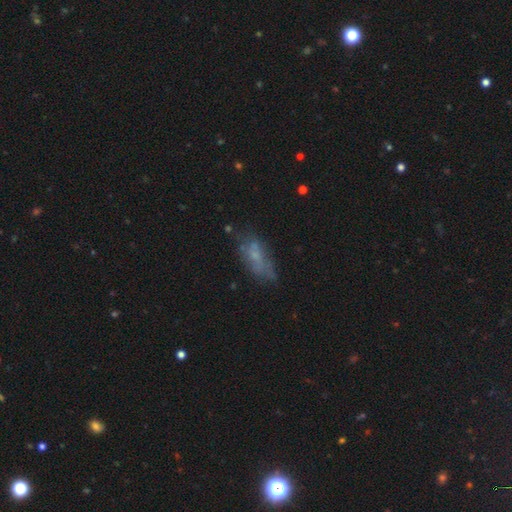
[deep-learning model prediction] Smooth or featured? smooth (50%)
Merging? none (50%)